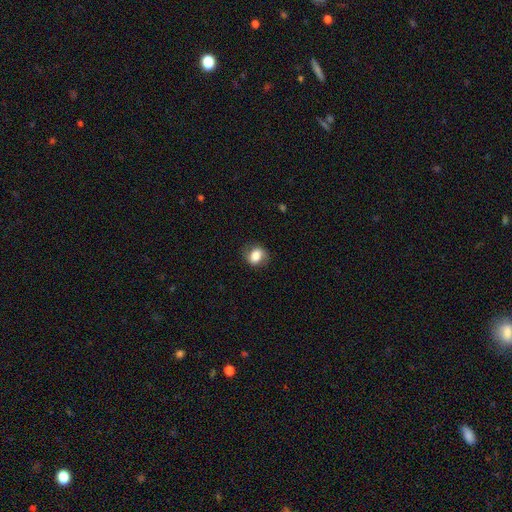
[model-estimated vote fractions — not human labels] The model was most divided on "how rounded": round: 52%, in between: 46%, cigar-shaped: 1%. More confident: merging — none (76%); smooth or featured — smooth (66%).